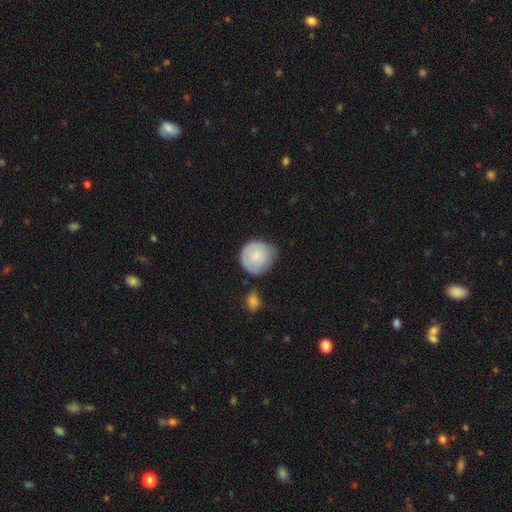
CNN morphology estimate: A smooth galaxy with no disk features (77%) that is round (88%). Merging: none (56%).